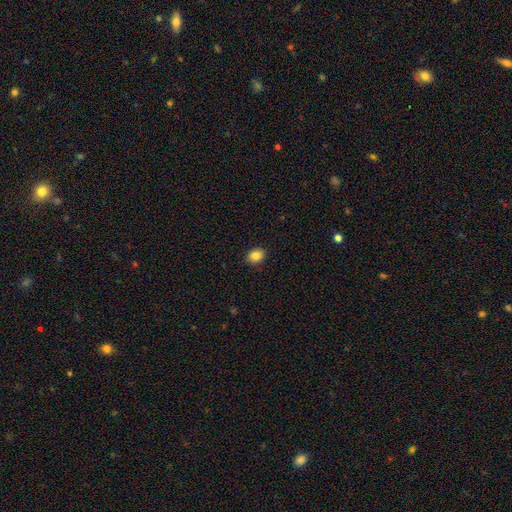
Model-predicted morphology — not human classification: The model was most divided on "how rounded": round: 56%, in between: 43%, cigar-shaped: 1%. More confident: merging — none (89%); smooth or featured — smooth (85%).